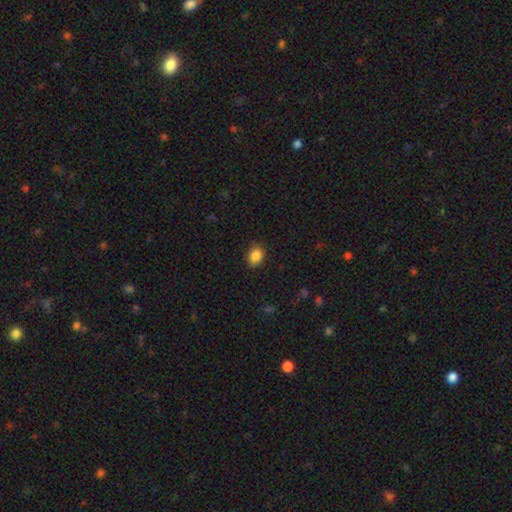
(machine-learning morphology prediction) This is clearly a smooth galaxy (87%). How rounded: likely in between (62%). Merging: clearly none (84%).